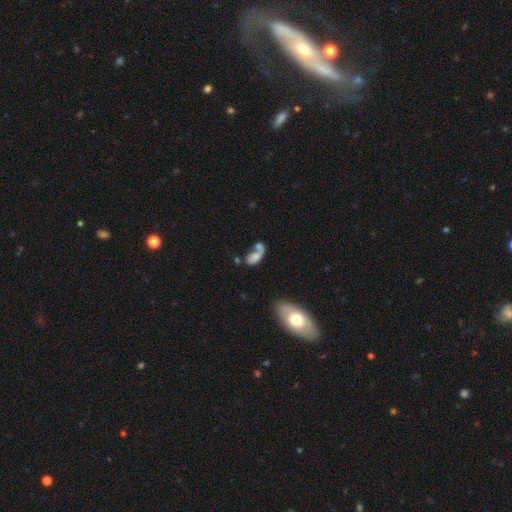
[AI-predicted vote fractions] Smooth or featured: smooth — 57% (featured or disk — 33%)
How rounded: in between — 84% (round — 10%)
Merging: merger — 46% (none — 24%)